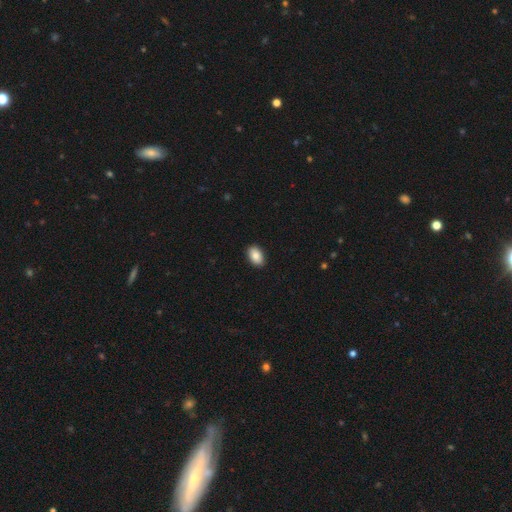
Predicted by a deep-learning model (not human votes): This appears to be a smooth galaxy with no disk features (86%) that is in between round and cigar-shaped (91%). Merging: none (90%).